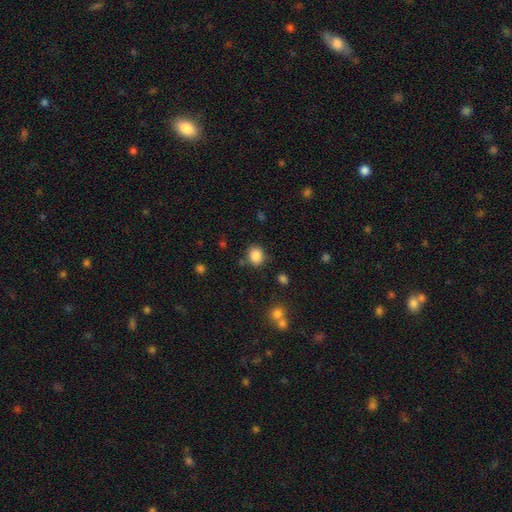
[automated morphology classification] Overall: smooth (86%). How rounded: round (59%; in between 40%). Merging: none (81%).